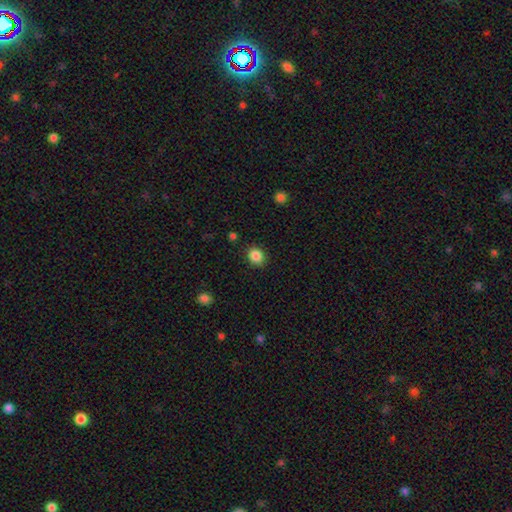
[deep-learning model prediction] Smooth or featured? smooth (86%)
How rounded? round (67%)
Merging? none (89%)